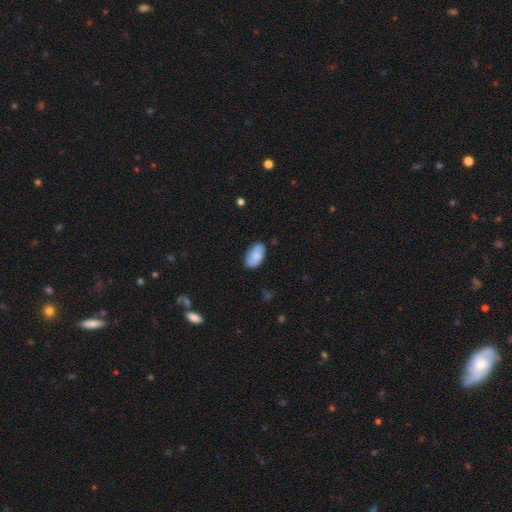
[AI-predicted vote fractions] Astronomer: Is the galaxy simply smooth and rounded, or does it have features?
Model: smooth — 78%.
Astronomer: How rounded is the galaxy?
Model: in between — 94%.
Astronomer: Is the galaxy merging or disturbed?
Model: none — 78%.